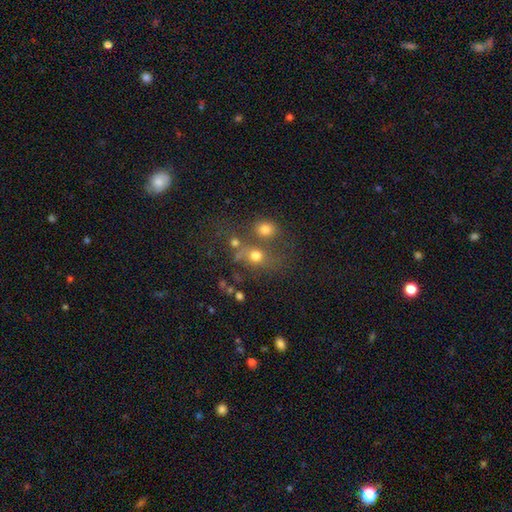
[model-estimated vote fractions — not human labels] Smooth or featured?
  - smooth: 67% *
  - star or artifact: 18%
  - featured or disk: 15%
How rounded?
  - round: 63% *
  - in between: 35%
  - cigar-shaped: 2%
Merging?
  - none: 44% *
  - merger: 33%
  - minor disturbance: 13%
  - major disturbance: 11%